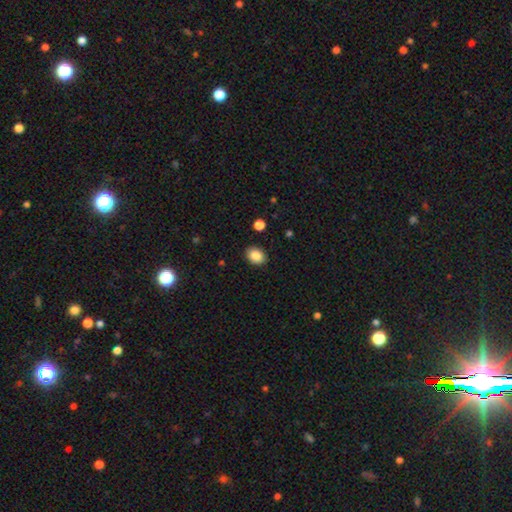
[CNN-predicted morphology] Q: Smooth or featured?
A: smooth (87%); runner-up: star or artifact (8%)
Q: How rounded?
A: in between (64%); runner-up: round (35%)
Q: Merging?
A: none (89%); runner-up: minor disturbance (8%)